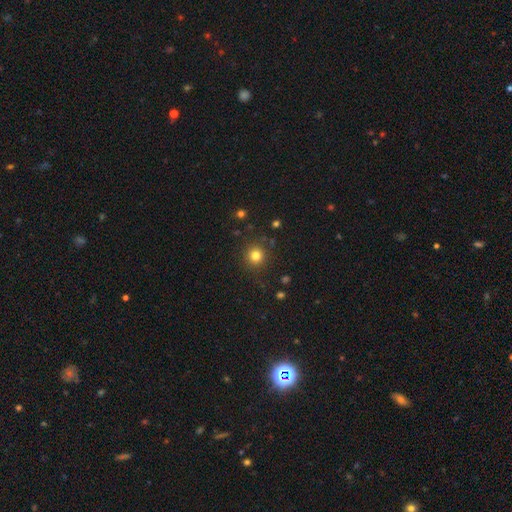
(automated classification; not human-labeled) Smooth or featured? Predicted: smooth (p=0.80). How rounded? Predicted: round (p=0.94). Merging? Predicted: none (p=0.89).